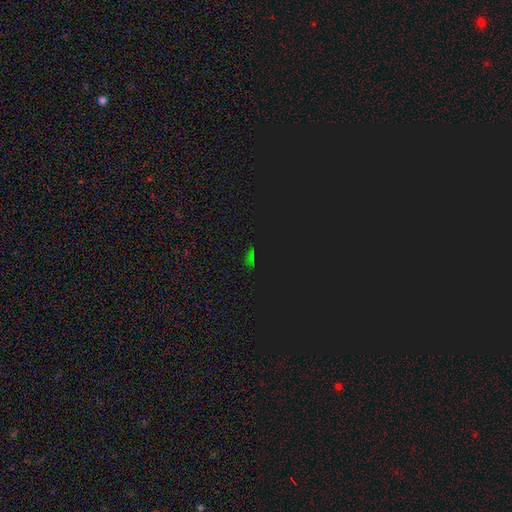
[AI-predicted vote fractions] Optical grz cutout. It shows a star or artifact, not a galaxy (74%).